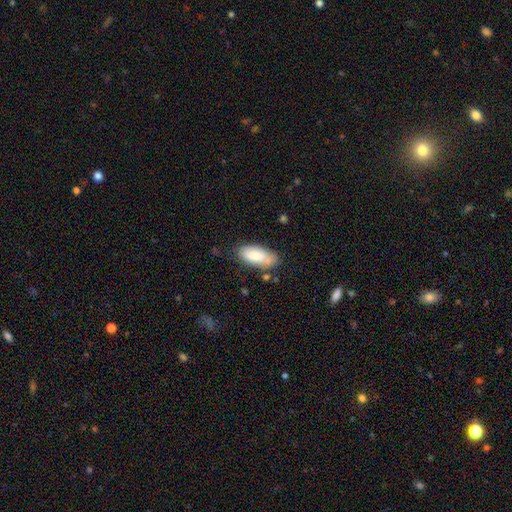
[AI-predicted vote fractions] Smooth or featured? Predicted: smooth (p=0.82). How rounded? Predicted: in between (p=0.86). Merging? Predicted: none (p=0.71).